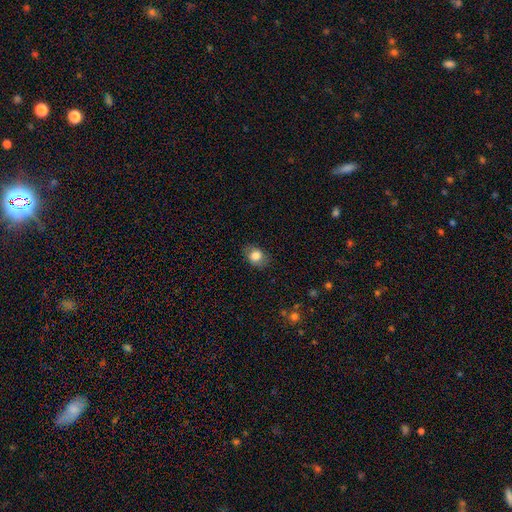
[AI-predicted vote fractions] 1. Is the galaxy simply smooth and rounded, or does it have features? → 78% smooth, 13% featured or disk, 9% star or artifact.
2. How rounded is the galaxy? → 59% in between, 40% round, 1% cigar-shaped.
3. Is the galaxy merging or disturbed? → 79% none, 15% minor disturbance, 5% major disturbance, 1% merger.